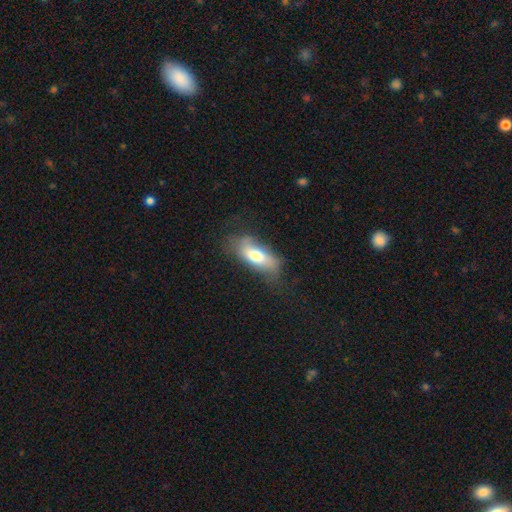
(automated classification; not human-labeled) smooth-or-featured: smooth: 66% | featured or disk: 27% | star or artifact: 8%
  how-rounded: in between: 77% | cigar-shaped: 20% | round: 3%
  merging: none: 56% | minor disturbance: 27% | major disturbance: 15% | merger: 2%